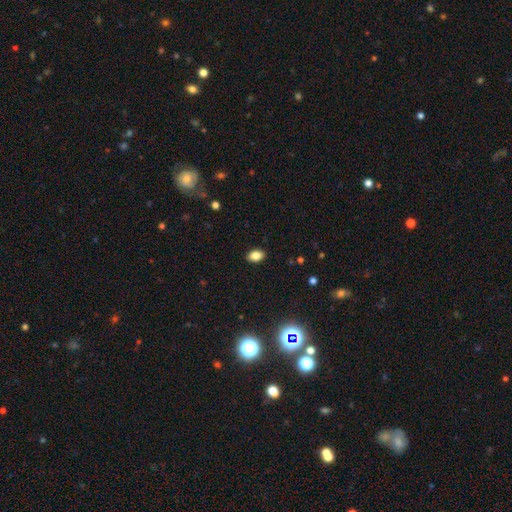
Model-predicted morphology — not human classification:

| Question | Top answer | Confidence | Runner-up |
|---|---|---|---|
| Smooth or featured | smooth | 85% | star or artifact (10%) |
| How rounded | in between | 87% | round (12%) |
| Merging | none | 89% | minor disturbance (8%) |